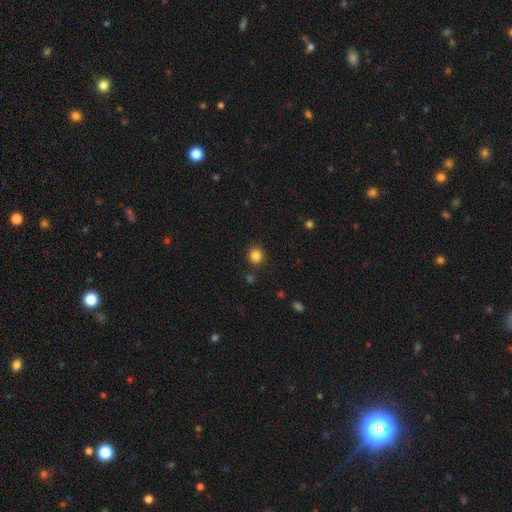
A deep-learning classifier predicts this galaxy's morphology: Q: Smooth or featured?
A: smooth (84%); runner-up: star or artifact (12%)
Q: How rounded?
A: round (90%); runner-up: in between (9%)
Q: Merging?
A: none (89%); runner-up: minor disturbance (6%)